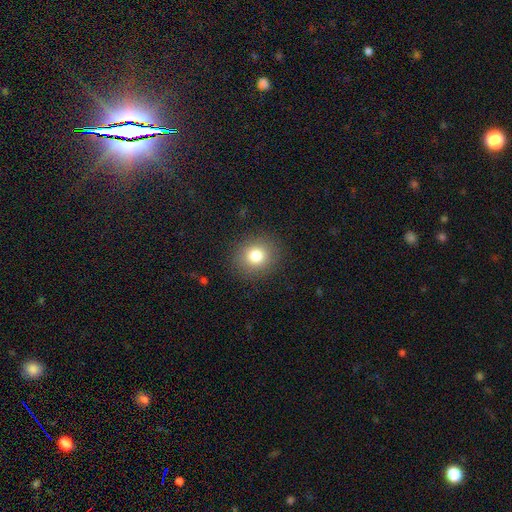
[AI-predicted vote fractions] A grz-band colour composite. It shows a smooth galaxy with no disk features (79%) that is round (82%). Merging: none (88%).